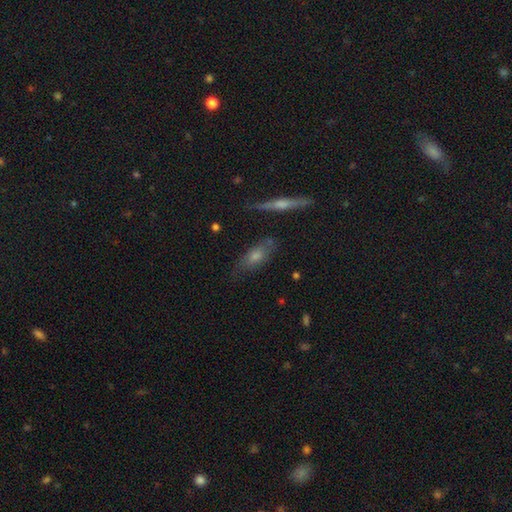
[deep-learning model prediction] Smooth or featured? smooth (46%)
Merging? none (73%)